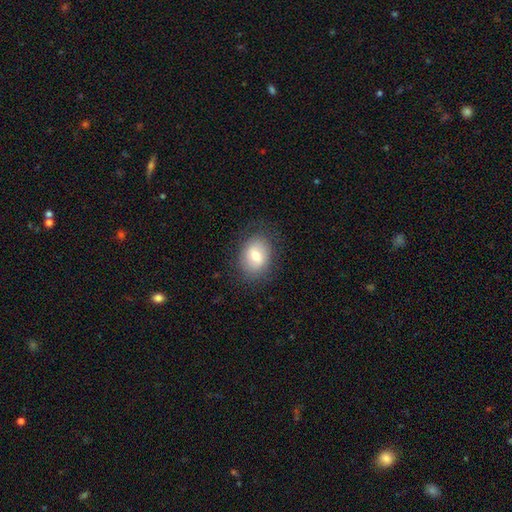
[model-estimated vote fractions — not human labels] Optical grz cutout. It shows a smooth galaxy with no disk features (72%) that is in between round and cigar-shaped (60%). Merging: none (81%).